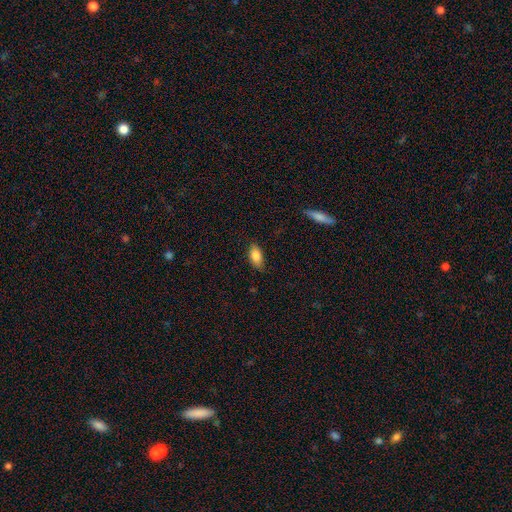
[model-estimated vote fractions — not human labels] A smooth galaxy with no disk features (85%) that is in between round and cigar-shaped (90%). Merging: none (81%).